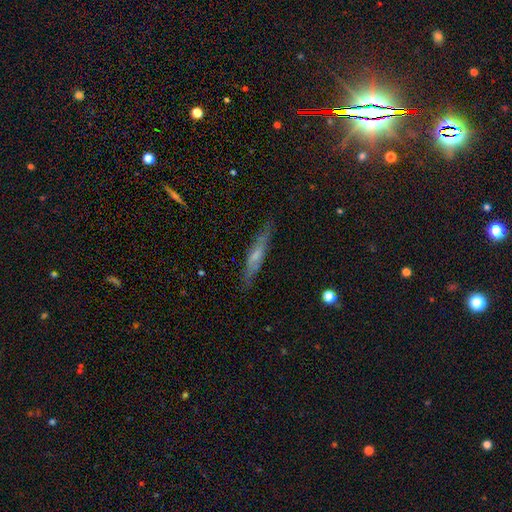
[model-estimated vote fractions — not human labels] Morphology: type=featured or disk (53%); edge-on=yes (75%); merging=none (77%).